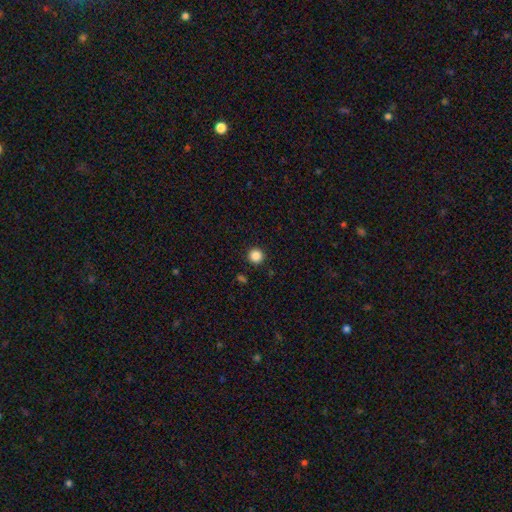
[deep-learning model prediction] smooth 86%, star or artifact 11%, featured or disk 3%. Down the decision tree: how rounded — round (96%); merging — none (92%).